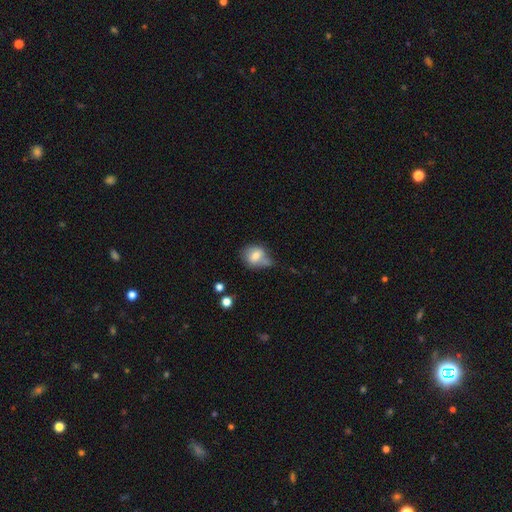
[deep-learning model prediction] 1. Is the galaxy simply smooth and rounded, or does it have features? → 68% smooth, 23% featured or disk, 9% star or artifact.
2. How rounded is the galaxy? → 52% round, 46% in between, 2% cigar-shaped.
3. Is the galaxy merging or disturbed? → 42% none, 33% minor disturbance, 13% merger, 13% major disturbance.